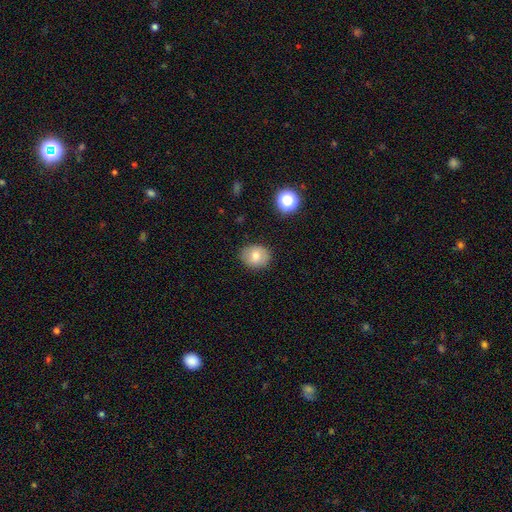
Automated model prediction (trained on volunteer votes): smooth_or_featured: smooth (p=0.73) [alt: featured or disk p=0.17]
how_rounded: round (p=0.66) [alt: in between p=0.33]
merging: none (p=0.86) [alt: minor disturbance p=0.10]